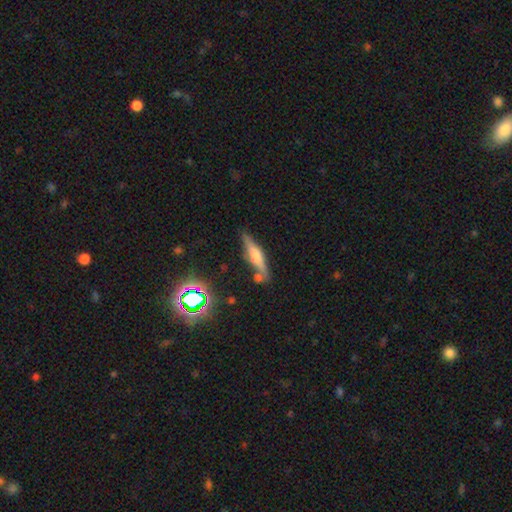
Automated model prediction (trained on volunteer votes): smooth-or-featured: featured or disk: 50% | smooth: 38% | star or artifact: 12%
  disk-edge-on: yes: 93% | no: 7%
  merging: none: 74% | minor disturbance: 15% | merger: 7% | major disturbance: 4%